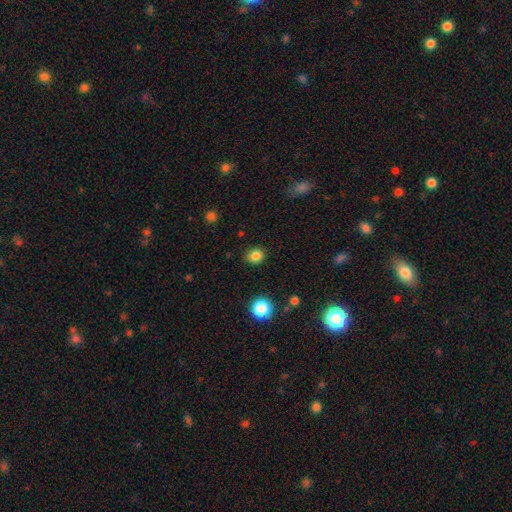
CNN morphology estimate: This appears to be a smooth galaxy with no disk features (83%) that is round (75%). Merging: none (88%).